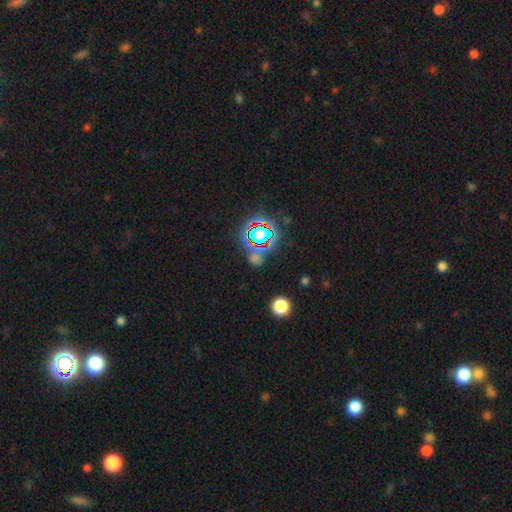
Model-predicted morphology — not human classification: smooth-or-featured: star or artifact: 73% | smooth: 18% | featured or disk: 10%